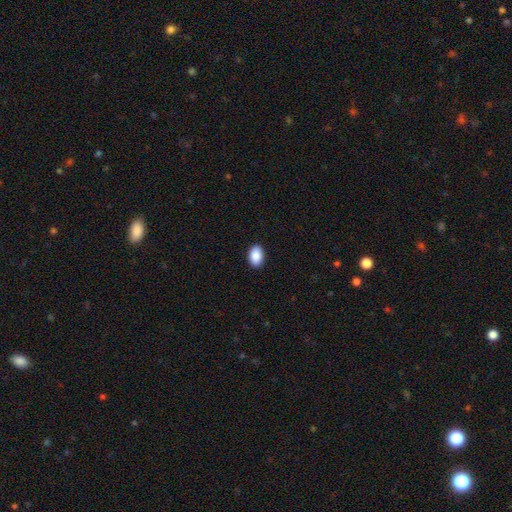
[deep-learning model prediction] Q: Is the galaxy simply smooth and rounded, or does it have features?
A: smooth — 90%.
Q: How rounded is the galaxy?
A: in between — 89%.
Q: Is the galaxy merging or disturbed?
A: none — 91%.